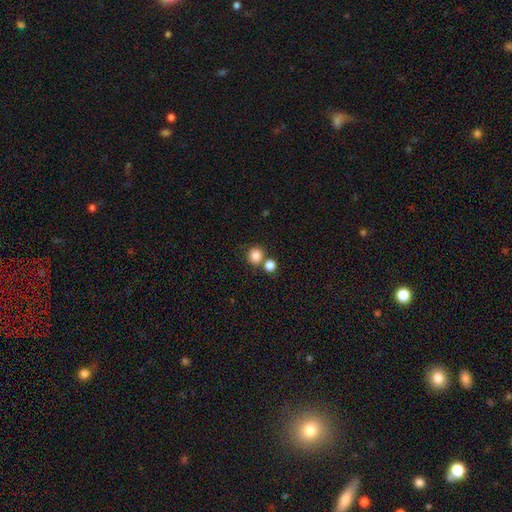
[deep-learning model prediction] The model was most divided on "merging": none: 67%, merger: 24%, minor disturbance: 7%, major disturbance: 3%. More confident: how rounded — round (91%); smooth or featured — smooth (84%).